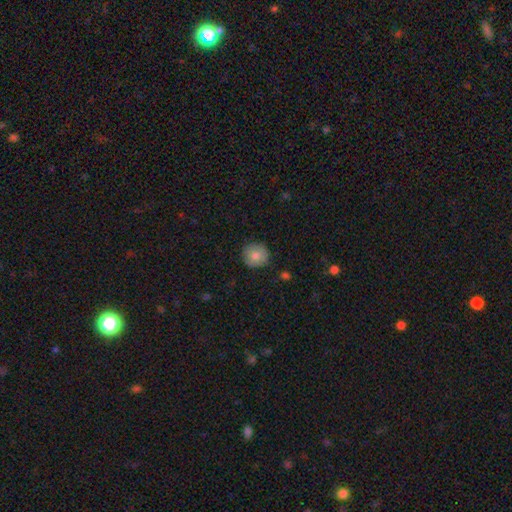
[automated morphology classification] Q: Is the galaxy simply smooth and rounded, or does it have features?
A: smooth — 75%.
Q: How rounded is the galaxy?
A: round — 93%.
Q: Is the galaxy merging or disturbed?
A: none — 87%.